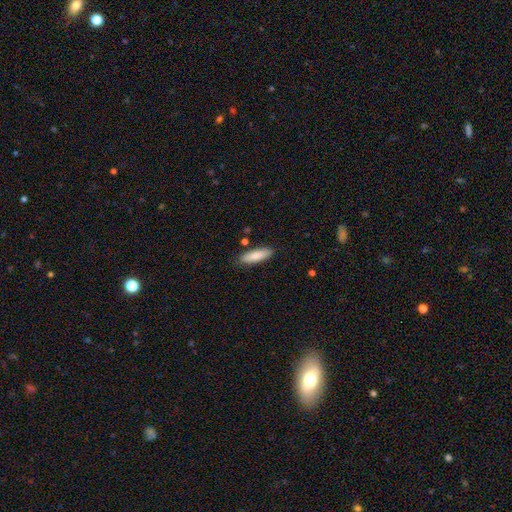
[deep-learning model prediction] Smooth or featured: smooth — 84% (featured or disk — 10%)
How rounded: cigar-shaped — 56% (in between — 42%)
Merging: none — 84% (minor disturbance — 11%)